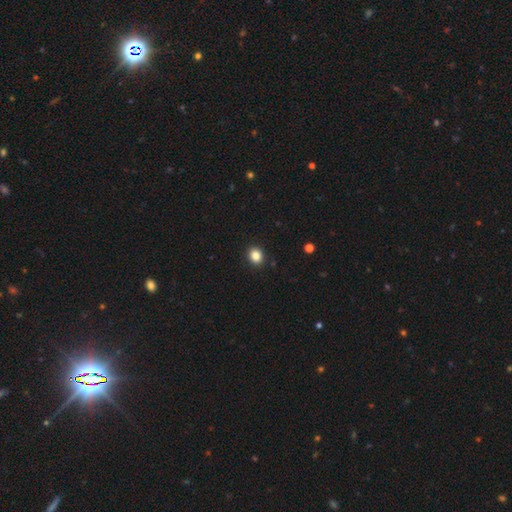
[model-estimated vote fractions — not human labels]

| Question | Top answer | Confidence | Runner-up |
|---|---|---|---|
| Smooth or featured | smooth | 85% | star or artifact (10%) |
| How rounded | round | 63% | in between (36%) |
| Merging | none | 91% | minor disturbance (6%) |